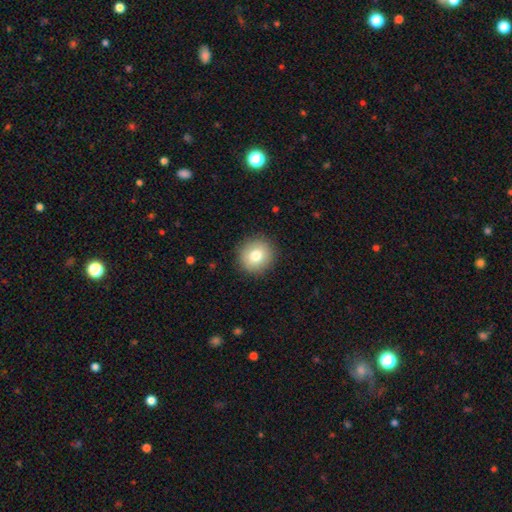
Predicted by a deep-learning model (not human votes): The model was most divided on "smooth or featured": smooth: 79%, featured or disk: 12%, star or artifact: 9%. More confident: how rounded — round (91%); merging — none (90%).